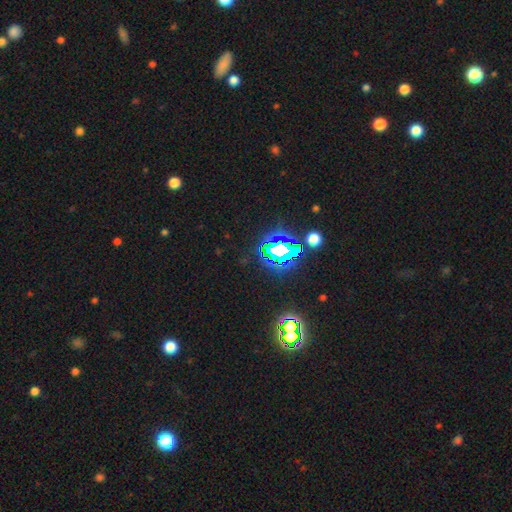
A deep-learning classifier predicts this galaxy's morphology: star or artifact 80%, smooth 13%, featured or disk 7%.